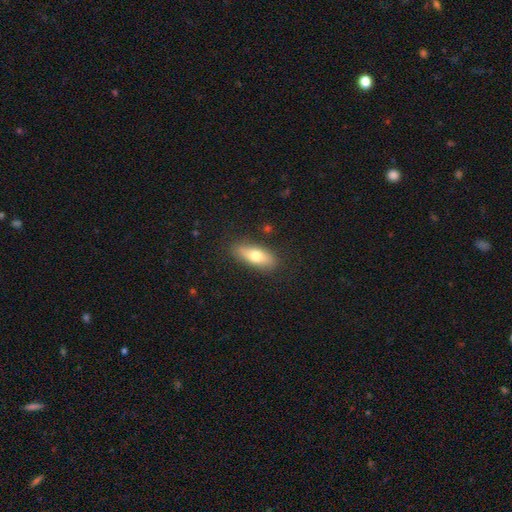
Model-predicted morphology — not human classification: Q: Smooth or featured?
A: smooth (70%); runner-up: featured or disk (24%)
Q: How rounded?
A: in between (68%); runner-up: cigar-shaped (29%)
Q: Merging?
A: none (85%); runner-up: minor disturbance (11%)